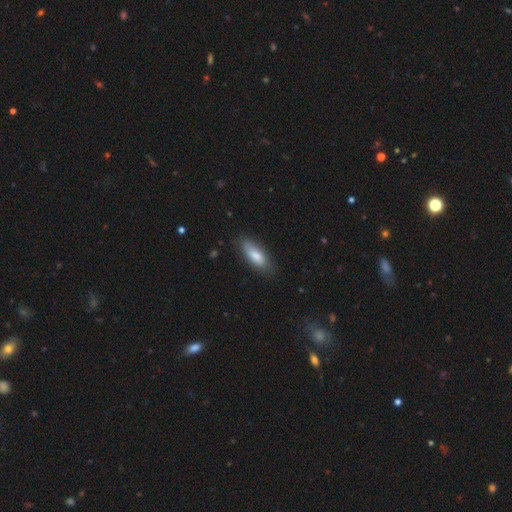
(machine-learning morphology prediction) smooth_or_featured: smooth (p=0.81) [alt: featured or disk p=0.13]
how_rounded: in between (p=0.71) [alt: cigar-shaped p=0.27]
merging: none (p=0.79) [alt: minor disturbance p=0.17]